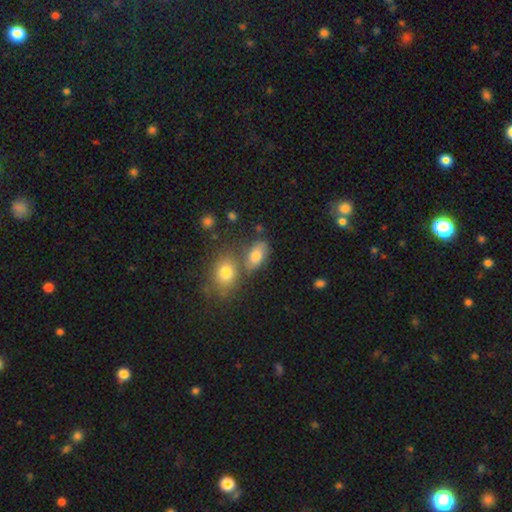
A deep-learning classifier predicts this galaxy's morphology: smooth_or_featured: smooth (p=0.75) [alt: featured or disk p=0.14]
how_rounded: in between (p=0.87) [alt: round p=0.11]
merging: none (p=0.52) [alt: merger p=0.25]